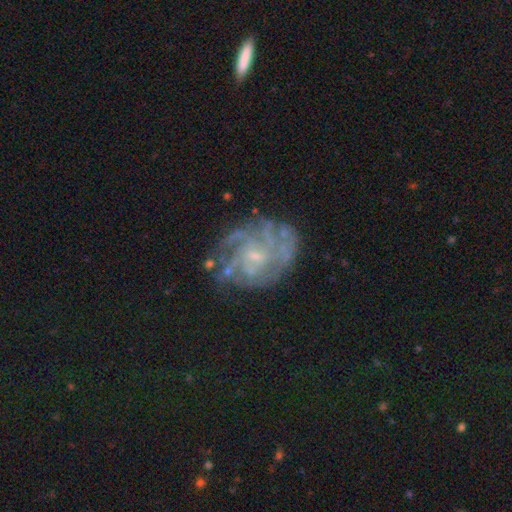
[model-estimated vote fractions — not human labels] Smooth or featured: featured or disk — 77% (star or artifact — 11%)
Edge-on disk: no — 98% (yes — 2%)
Bar: no — 65% (weak — 30%)
Spiral arms: yes — 84% (no — 16%)
Spiral winding: tight — 53% (medium — 34%)
Spiral arm count: can't tell — 45% (4 — 16%)
Bulge size: small — 69% (moderate — 18%)
Merging: none — 65% (minor disturbance — 19%)